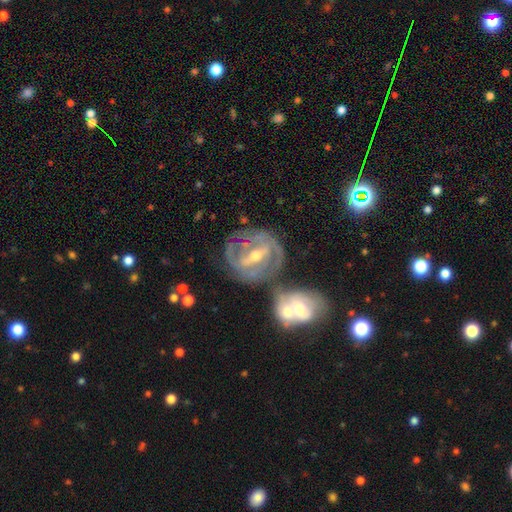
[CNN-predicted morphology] Overall: featured or disk (86%). Edge-on disk: no (95%). Bar: strong (55%; weak 34%). Spiral arms: yes (86%). Spiral arm count: 2 (38%; can't tell 31%). Spiral winding: tight (57%; medium 32%). Bulge size: moderate (60%; small 35%). Merging: none (48%; merger 29%).